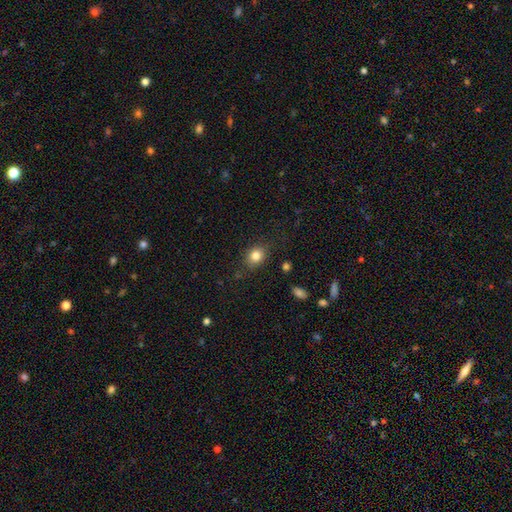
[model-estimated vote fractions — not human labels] A smooth galaxy with no disk features (83%) that is round (54%). Merging: none (82%).